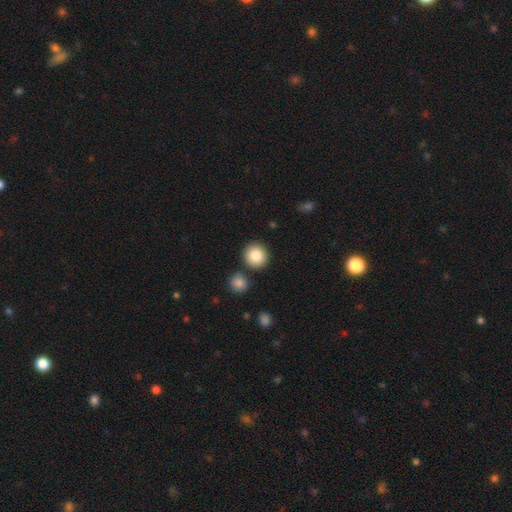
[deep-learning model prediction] Morphology: type=smooth (86%); roundness=round (91%); merging=none (83%).